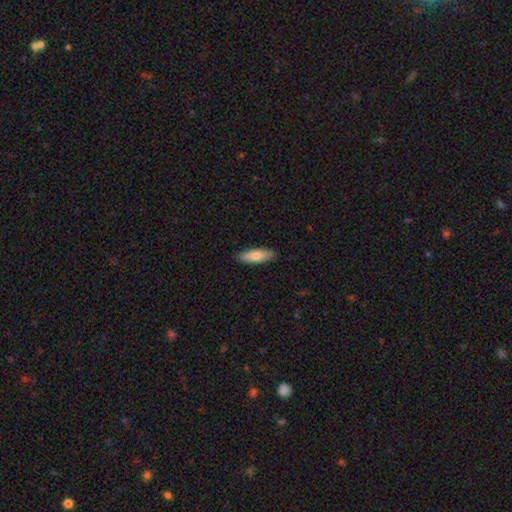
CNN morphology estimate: smooth 78%, featured or disk 16%, star or artifact 6%. Down the decision tree: how rounded — in between (51%); merging — none (89%).